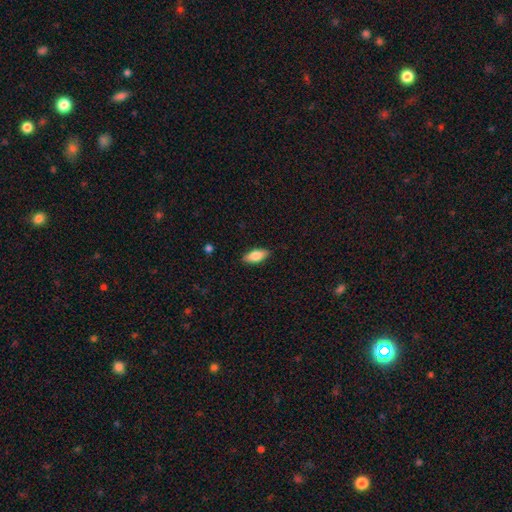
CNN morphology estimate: Smooth or featured? Predicted: smooth (p=0.81). How rounded? Predicted: in between (p=0.83). Merging? Predicted: none (p=0.88).